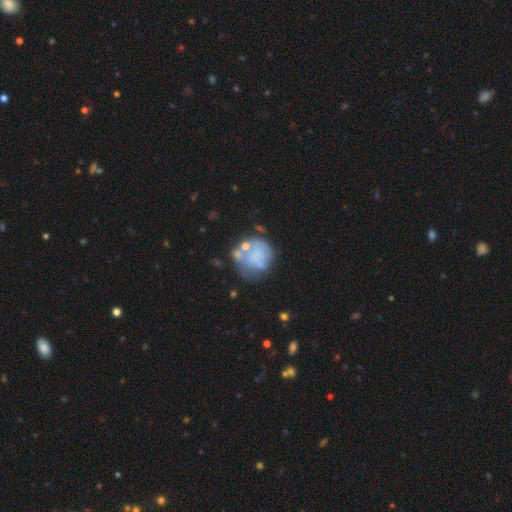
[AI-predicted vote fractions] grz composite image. It shows a smooth galaxy with no disk features (46%). Merging: none (44%).